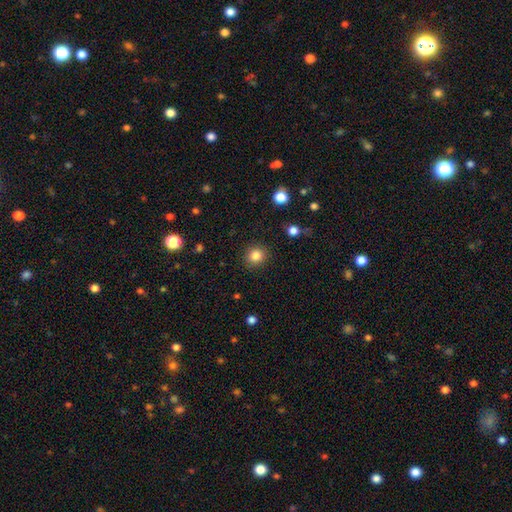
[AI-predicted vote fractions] A smooth galaxy with no disk features (85%) that is round (86%).

Vote fractions:
- Smooth or featured? smooth: 85% / star or artifact: 11% / featured or disk: 4%
- How rounded? round: 86% / in between: 13% / cigar-shaped: 1%
- Merging? none: 90% / minor disturbance: 6% / major disturbance: 2% / merger: 1%